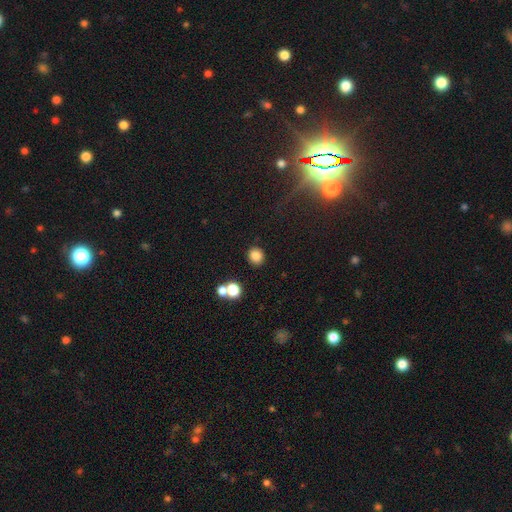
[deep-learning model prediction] Overall: smooth (83%). How rounded: round (81%). Merging: none (85%).